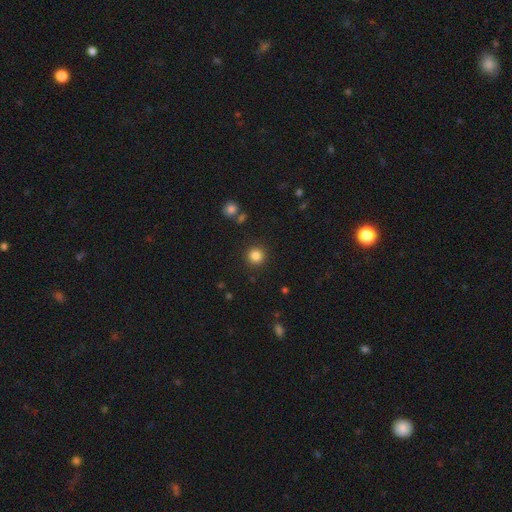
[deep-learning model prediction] Morphology: type=smooth (84%); roundness=round (95%); merging=none (91%).